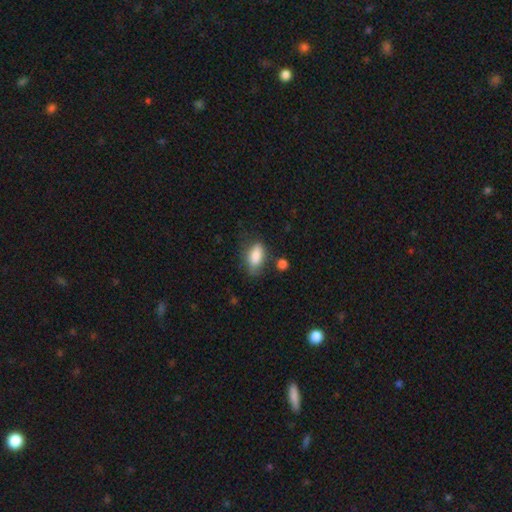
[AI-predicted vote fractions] Overall: smooth (84%). How rounded: in between (89%). Merging: none (58%; minor disturbance 28%).